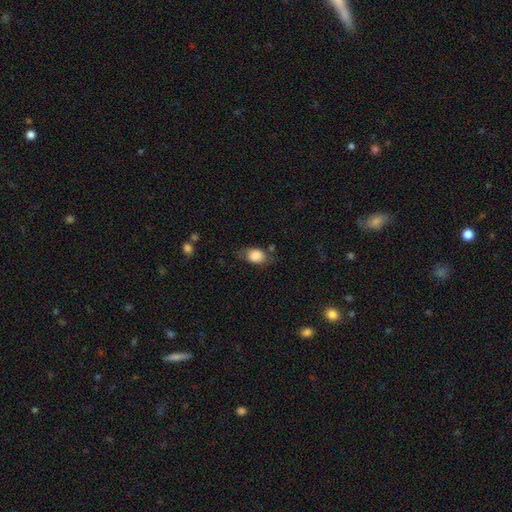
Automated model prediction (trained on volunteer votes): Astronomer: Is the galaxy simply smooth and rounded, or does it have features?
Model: smooth — 81%.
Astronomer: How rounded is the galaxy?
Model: in between — 75%.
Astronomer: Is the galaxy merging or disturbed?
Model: none — 64%.